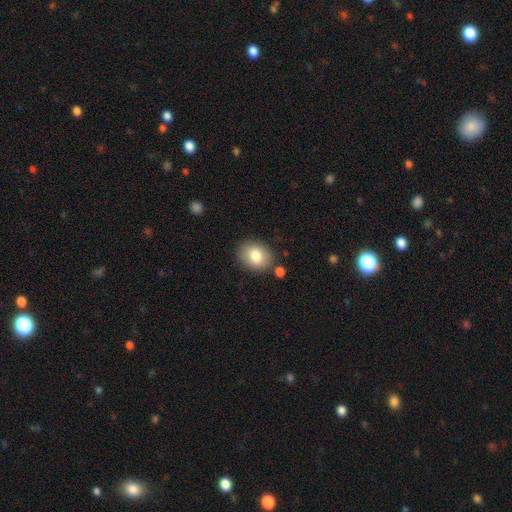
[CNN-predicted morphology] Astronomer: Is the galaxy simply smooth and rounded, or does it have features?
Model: smooth — 80%.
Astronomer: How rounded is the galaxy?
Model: in between — 56% (runner-up: round, 43%).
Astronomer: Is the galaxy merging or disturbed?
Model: none — 79%.